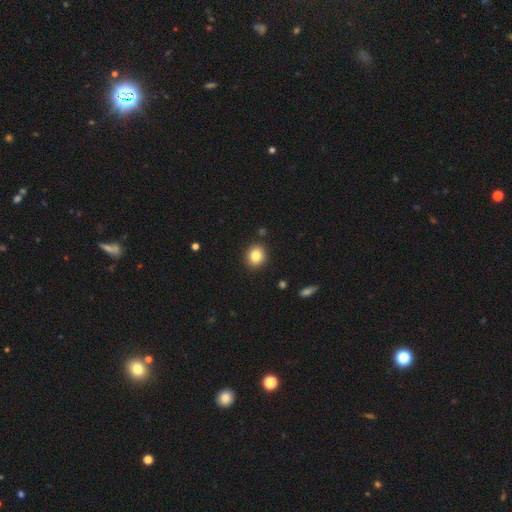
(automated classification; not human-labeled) This appears to be a smooth galaxy with no disk features (82%) that is round (72%). Merging: none (90%).